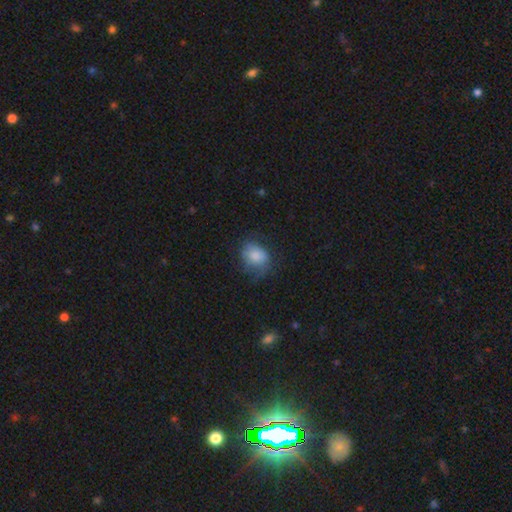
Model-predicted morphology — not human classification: This appears to be a smooth galaxy with no disk features (80%) that is in between round and cigar-shaped (53%). Merging: none (54%).